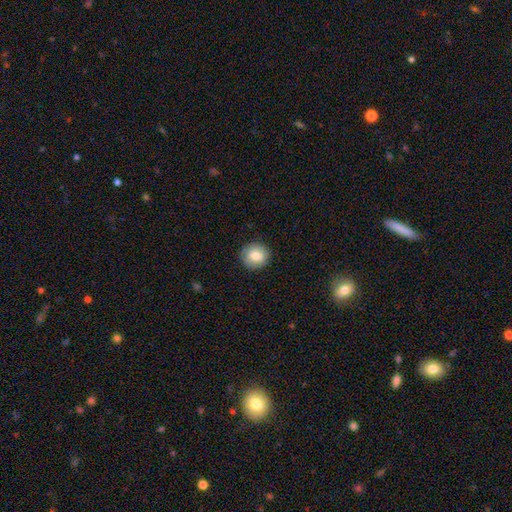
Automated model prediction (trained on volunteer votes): Smooth or featured? smooth (80%)
How rounded? round (89%)
Merging? none (87%)